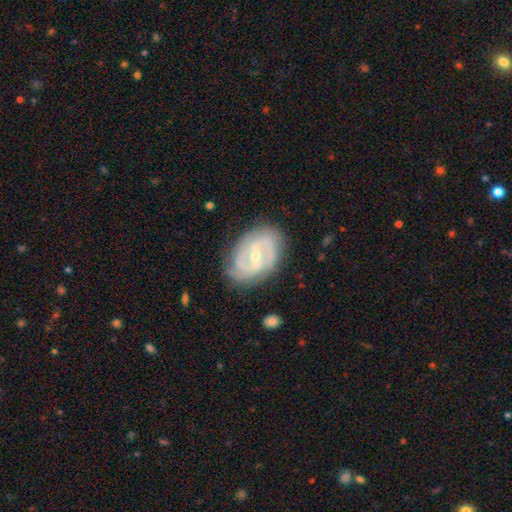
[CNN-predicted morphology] featured or disk 83%, smooth 11%, star or artifact 5%. Down the decision tree: edge-on disk — no (97%); bar — weak (49%); spiral arms — yes (91%); spiral arm count — 2 (60%); spiral winding — tight (47%); bulge size — small (61%); merging — none (76%).